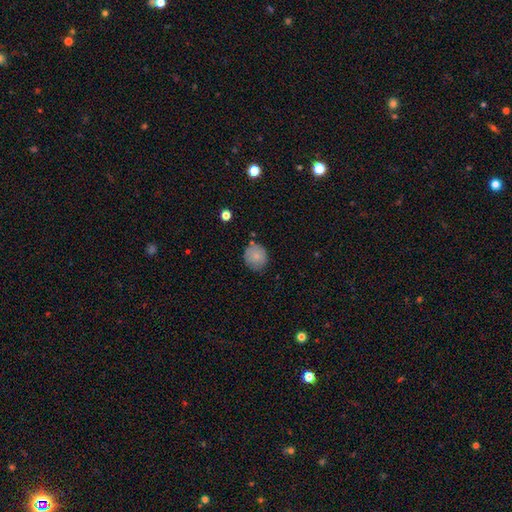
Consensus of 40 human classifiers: Smooth or featured?
  - smooth: 80% *
  - star or artifact: 12%
  - featured or disk: 8%
How rounded?
  - round: 97% *
  - in between: 3%
  - cigar-shaped: 0%
Merging?
  - none: 86% *
  - minor disturbance: 9%
  - major disturbance: 3%
  - merger: 3%